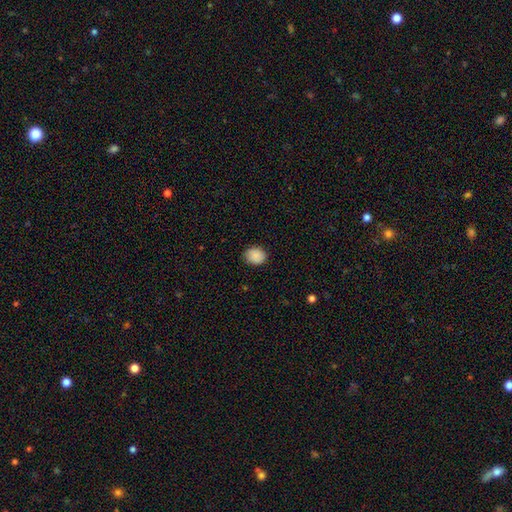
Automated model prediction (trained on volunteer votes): A smooth galaxy with no disk features (88%) that is round (58%).

Vote fractions:
- Smooth or featured? smooth: 88% / star or artifact: 8% / featured or disk: 4%
- How rounded? round: 58% / in between: 41% / cigar-shaped: 1%
- Merging? none: 81% / minor disturbance: 15% / major disturbance: 3% / merger: 1%